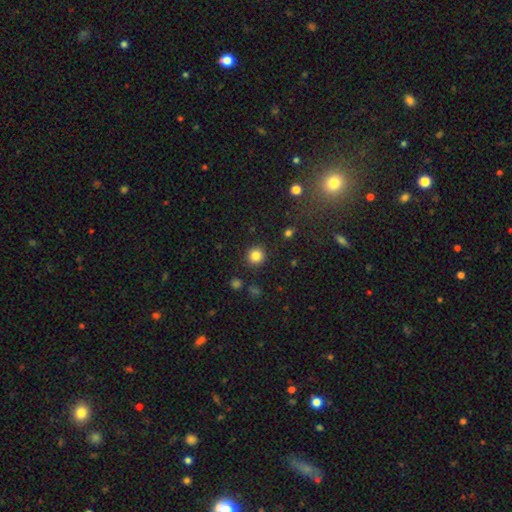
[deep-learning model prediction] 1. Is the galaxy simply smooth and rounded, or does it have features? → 84% smooth, 11% star or artifact, 5% featured or disk.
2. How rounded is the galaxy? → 93% round, 6% in between, 1% cigar-shaped.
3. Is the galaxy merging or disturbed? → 90% none, 6% minor disturbance, 2% major disturbance, 2% merger.